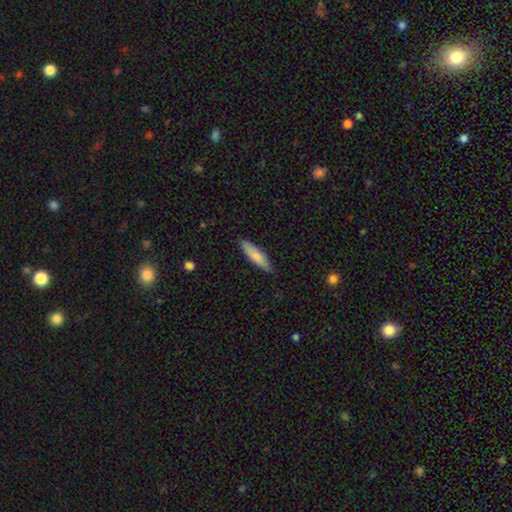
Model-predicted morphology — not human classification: smooth 78%, featured or disk 16%, star or artifact 5%. Down the decision tree: how rounded — cigar-shaped (71%); merging — none (85%).